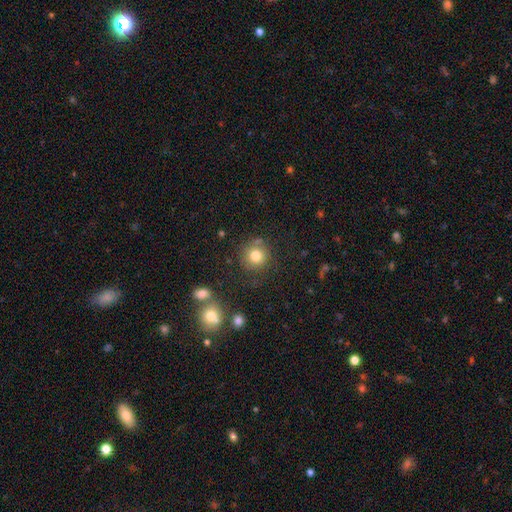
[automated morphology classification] Smooth or featured? smooth (80%)
How rounded? round (92%)
Merging? none (78%)